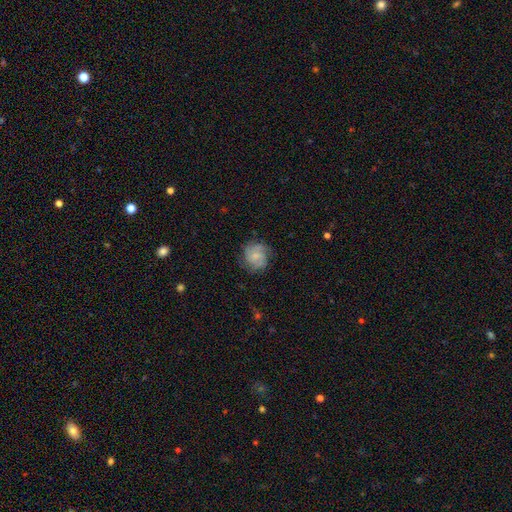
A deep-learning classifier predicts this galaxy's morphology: type=smooth (48%); merging=none (69%).